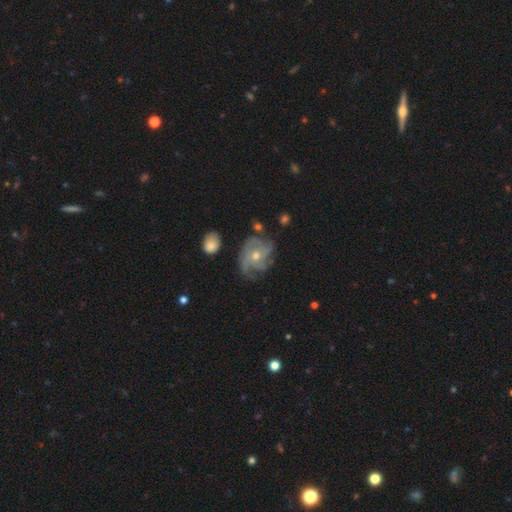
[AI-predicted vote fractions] Q: Smooth or featured?
A: featured or disk (86%); runner-up: smooth (7%)
Q: Edge-on disk?
A: no (98%); runner-up: yes (2%)
Q: Bar?
A: no (74%); runner-up: weak (22%)
Q: Spiral arms?
A: yes (96%); runner-up: no (4%)
Q: Spiral winding?
A: tight (51%); runner-up: medium (39%)
Q: Spiral arm count?
A: 3 (34%); runner-up: 4 (22%)
Q: Bulge size?
A: moderate (56%); runner-up: small (40%)
Q: Merging?
A: none (69%); runner-up: minor disturbance (19%)